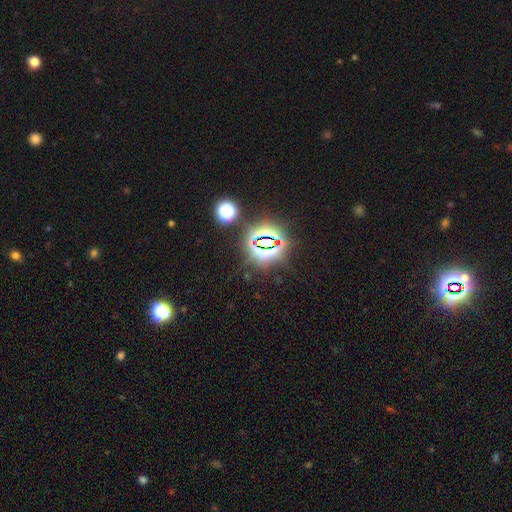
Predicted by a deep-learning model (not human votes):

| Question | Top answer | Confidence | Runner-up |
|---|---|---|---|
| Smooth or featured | star or artifact | 78% | smooth (13%) |